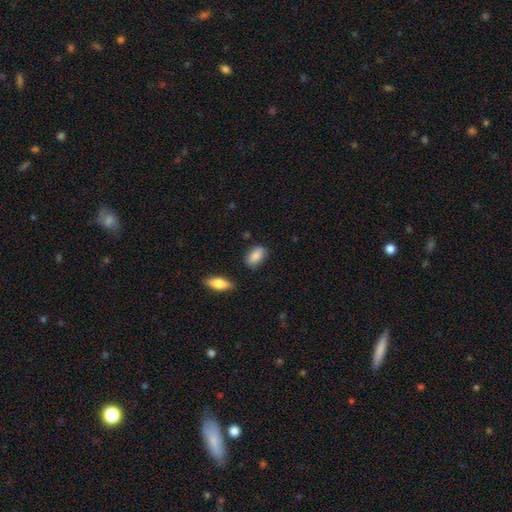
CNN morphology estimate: type=smooth (87%); roundness=in between (90%); merging=none (81%).